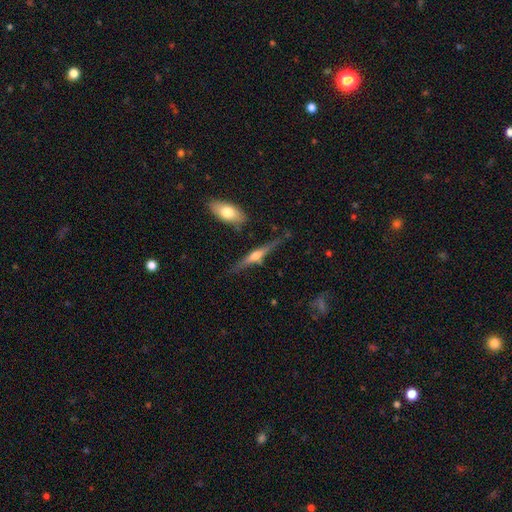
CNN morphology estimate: Overall: featured or disk (72%). Edge-on disk: yes (97%). Edge-on bulge: rounded (91%). Merging: none (78%).